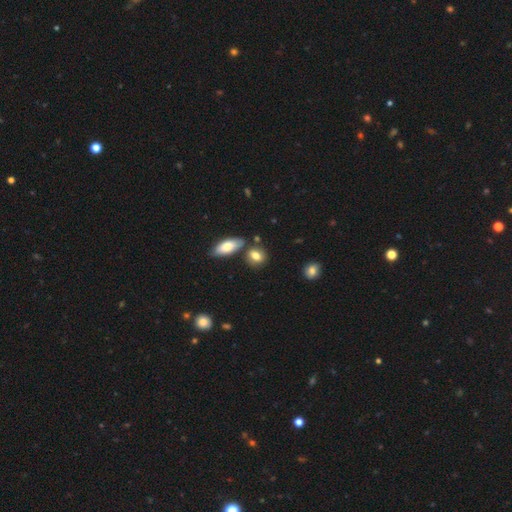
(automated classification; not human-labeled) Morphology: type=smooth (79%); roundness=in between (59%); merging=none (69%).